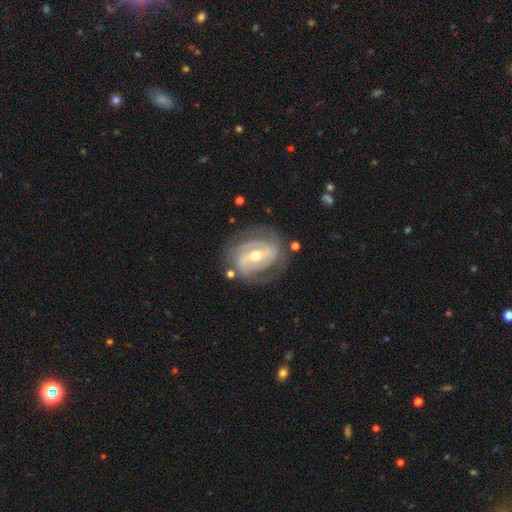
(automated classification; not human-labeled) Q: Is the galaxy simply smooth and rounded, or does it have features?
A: featured or disk — 86%.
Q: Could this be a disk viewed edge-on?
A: no — 97%.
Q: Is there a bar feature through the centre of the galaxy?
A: weak — 42%.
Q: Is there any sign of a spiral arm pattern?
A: yes — 91%.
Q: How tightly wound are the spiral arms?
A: tight — 54%.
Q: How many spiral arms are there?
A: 2 — 63%.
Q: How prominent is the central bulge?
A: moderate — 62%.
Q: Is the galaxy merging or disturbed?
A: none — 71%.